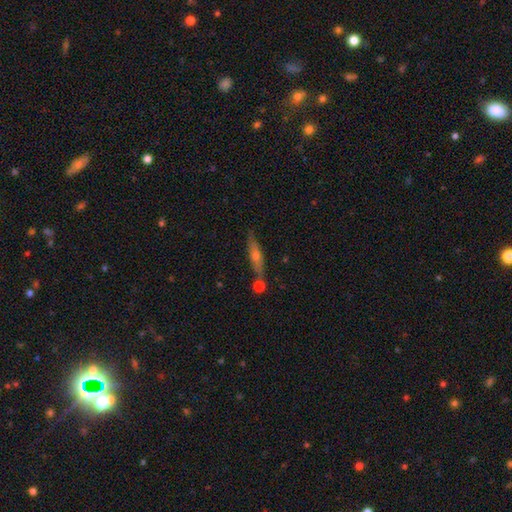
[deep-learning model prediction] This appears to be a featured or disk galaxy (57%) viewed edge-on (88%) with a rounded central bulge (83%). Merging: none (74%).